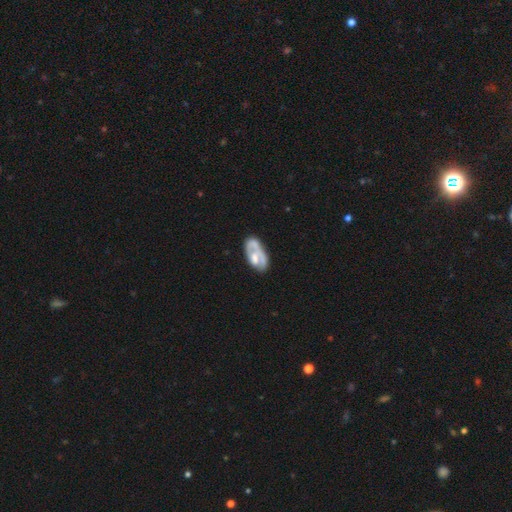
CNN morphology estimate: Q: Smooth or featured?
A: featured or disk (59%); runner-up: smooth (35%)
Q: Edge-on disk?
A: no (94%); runner-up: yes (6%)
Q: Bar?
A: no (74%); runner-up: weak (20%)
Q: Spiral arms?
A: yes (53%); runner-up: no (47%)
Q: Bulge size?
A: moderate (43%); runner-up: large (19%)
Q: Merging?
A: none (49%); runner-up: minor disturbance (25%)